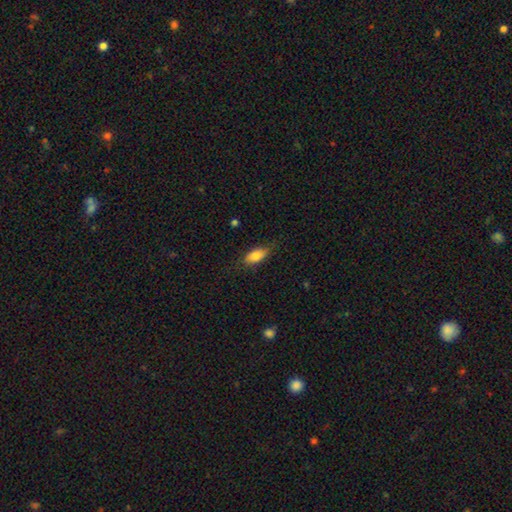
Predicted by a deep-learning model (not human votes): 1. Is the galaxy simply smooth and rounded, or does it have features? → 79% smooth, 14% featured or disk, 7% star or artifact.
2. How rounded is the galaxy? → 87% in between, 9% cigar-shaped, 4% round.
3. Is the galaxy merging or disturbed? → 76% none, 19% minor disturbance, 4% major disturbance, 1% merger.